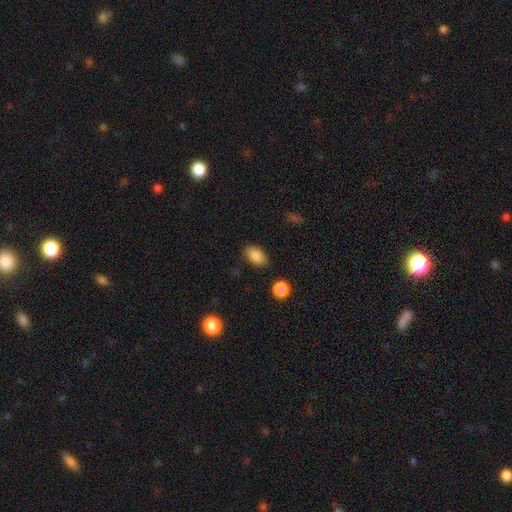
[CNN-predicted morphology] smooth_or_featured: smooth (p=0.87) [alt: star or artifact p=0.08]
how_rounded: in between (p=0.88) [alt: round p=0.10]
merging: none (p=0.82) [alt: minor disturbance p=0.12]